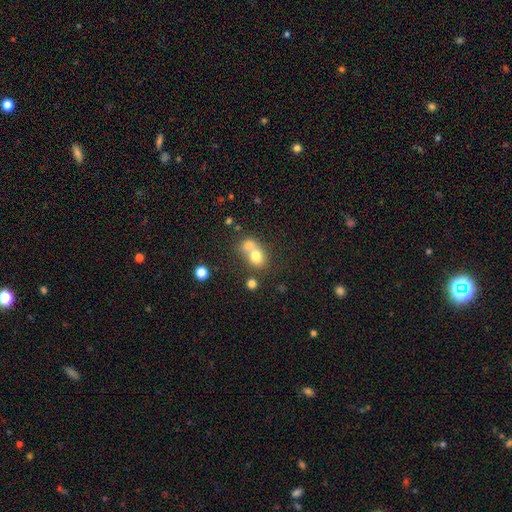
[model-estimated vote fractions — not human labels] Morphology: type=smooth (73%); roundness=round (56%); merging=merger (64%).